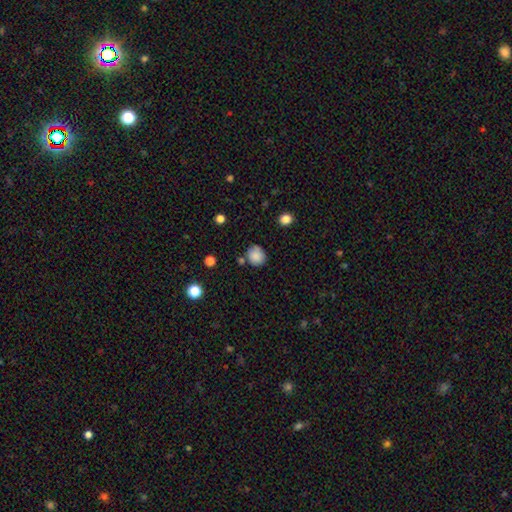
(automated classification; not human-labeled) Morphology: type=smooth (86%); roundness=round (82%); merging=none (76%).